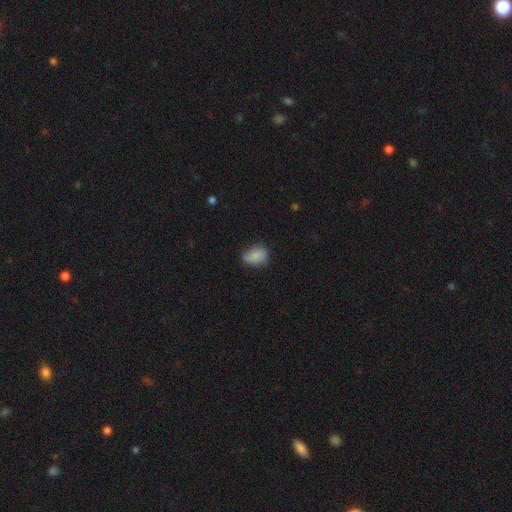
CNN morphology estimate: This is likely a smooth galaxy (80%). How rounded: likely in between (74%). Merging: possibly none (58%).